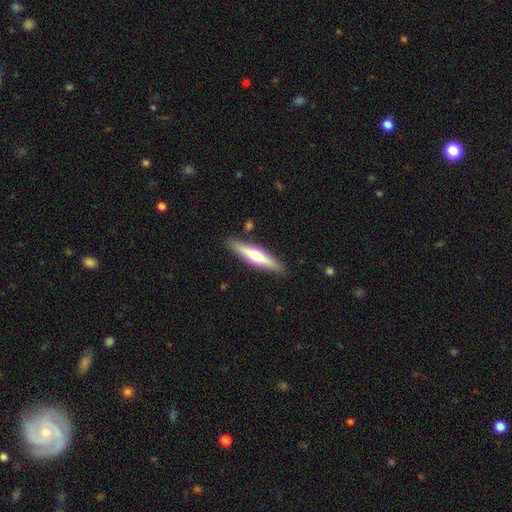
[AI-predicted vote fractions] Smooth or featured?
  - featured or disk: 51% *
  - smooth: 44%
  - star or artifact: 5%
Edge-on disk?
  - yes: 94% *
  - no: 6%
Merging?
  - none: 88% *
  - minor disturbance: 8%
  - merger: 2%
  - major disturbance: 2%